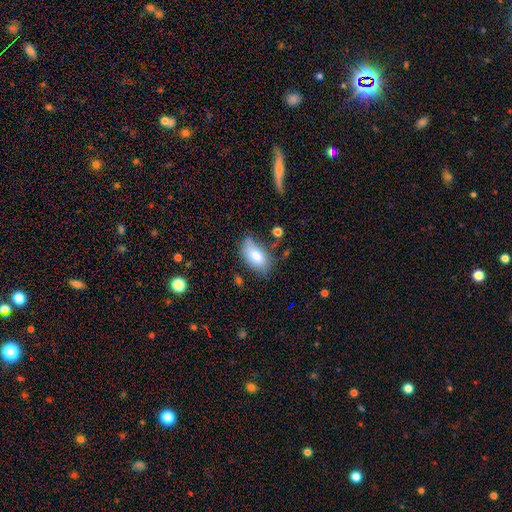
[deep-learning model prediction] Smooth or featured?
  - smooth: 79% *
  - featured or disk: 13%
  - star or artifact: 7%
How rounded?
  - in between: 92% *
  - round: 4%
  - cigar-shaped: 3%
Merging?
  - none: 62% *
  - minor disturbance: 26%
  - major disturbance: 7%
  - merger: 4%